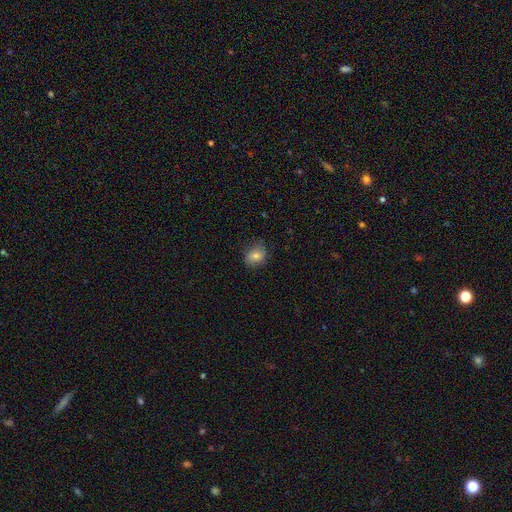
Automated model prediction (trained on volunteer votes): Smooth or featured?
  - smooth: 76% *
  - featured or disk: 15%
  - star or artifact: 10%
How rounded?
  - in between: 51% *
  - round: 48%
  - cigar-shaped: 1%
Merging?
  - none: 73% *
  - minor disturbance: 21%
  - major disturbance: 5%
  - merger: 1%